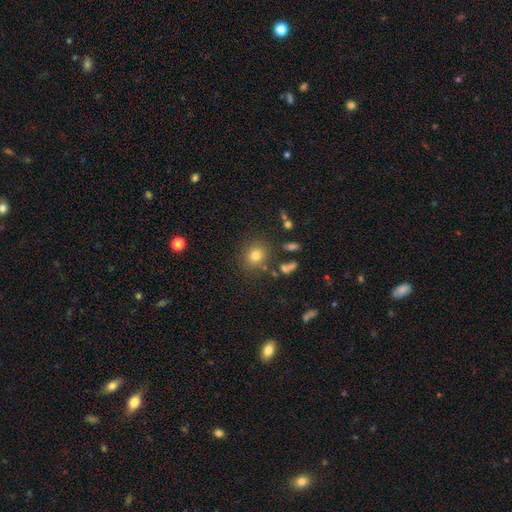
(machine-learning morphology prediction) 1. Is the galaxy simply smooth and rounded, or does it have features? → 77% smooth, 14% star or artifact, 9% featured or disk.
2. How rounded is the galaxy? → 76% round, 23% in between, 1% cigar-shaped.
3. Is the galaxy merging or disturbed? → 81% none, 10% minor disturbance, 5% merger, 4% major disturbance.